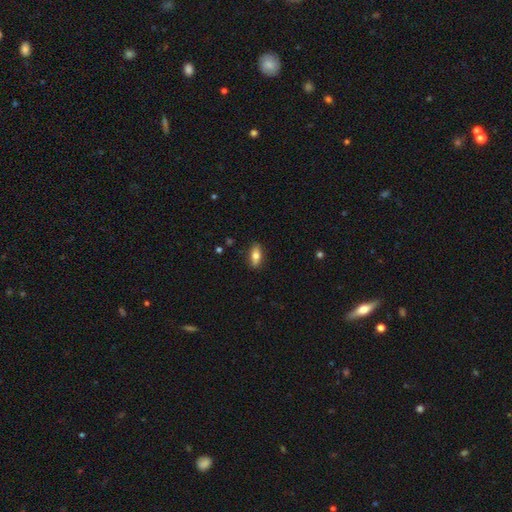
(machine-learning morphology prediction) type=smooth (71%); roundness=in between (78%); merging=none (86%).